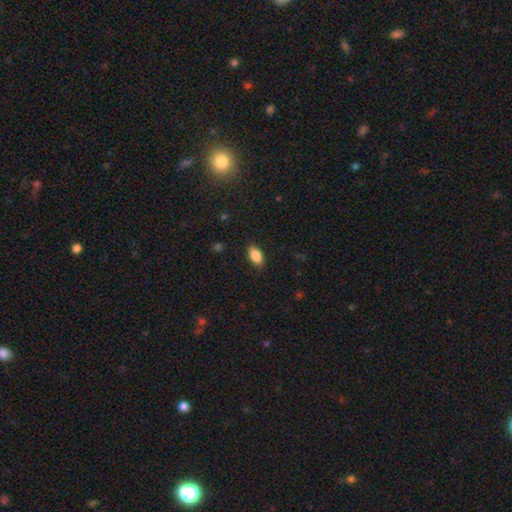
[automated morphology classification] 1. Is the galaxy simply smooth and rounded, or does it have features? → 84% smooth, 8% featured or disk, 8% star or artifact.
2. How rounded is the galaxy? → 90% in between, 5% round, 5% cigar-shaped.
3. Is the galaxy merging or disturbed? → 84% none, 12% minor disturbance, 3% major disturbance, 1% merger.